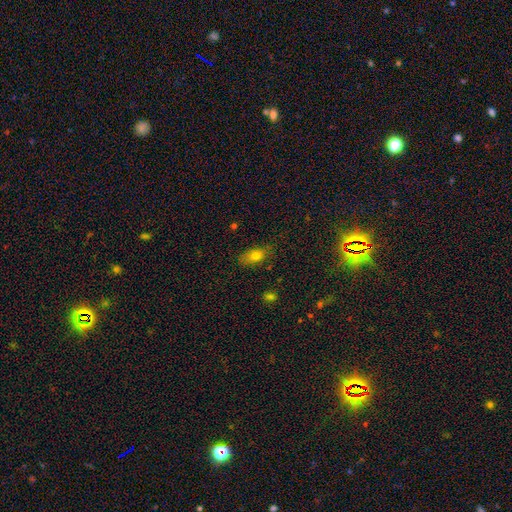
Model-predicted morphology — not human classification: smooth-or-featured: smooth: 75% | featured or disk: 13% | star or artifact: 11%
  how-rounded: in between: 84% | round: 10% | cigar-shaped: 6%
  merging: none: 71% | minor disturbance: 22% | major disturbance: 5% | merger: 2%